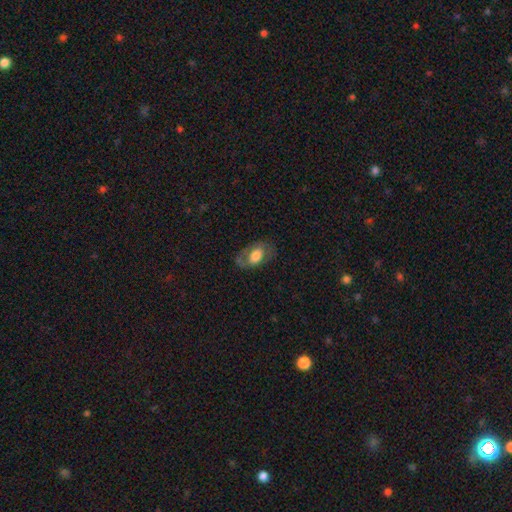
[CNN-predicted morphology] Q: Smooth or featured?
A: smooth (57%); runner-up: featured or disk (36%)
Q: How rounded?
A: in between (89%); runner-up: round (9%)
Q: Merging?
A: none (60%); runner-up: minor disturbance (23%)